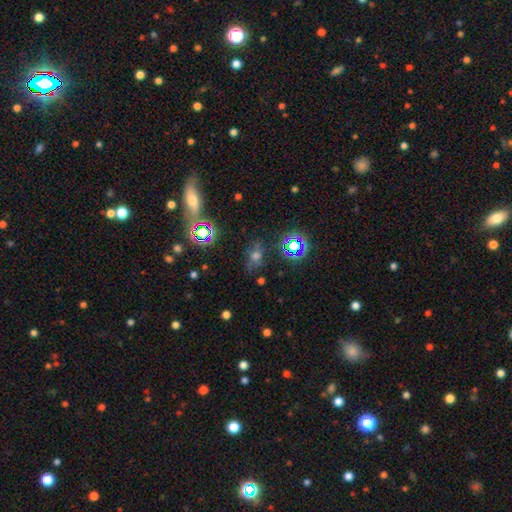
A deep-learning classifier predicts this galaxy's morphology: This appears to be a star or artifact, not a galaxy (43%).